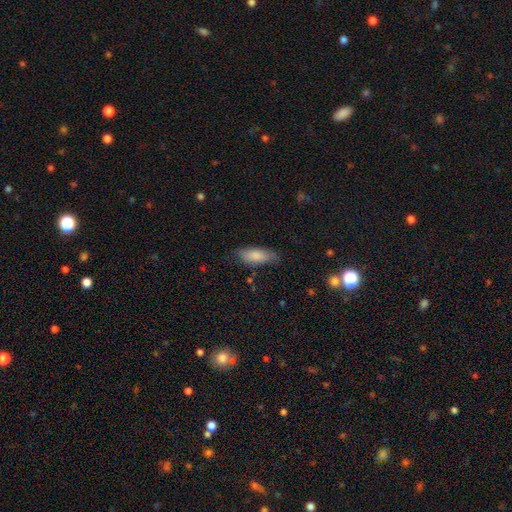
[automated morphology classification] smooth-or-featured: smooth: 81% | featured or disk: 13% | star or artifact: 6%
  how-rounded: in between: 75% | cigar-shaped: 23% | round: 2%
  merging: none: 72% | minor disturbance: 22% | major disturbance: 5% | merger: 2%